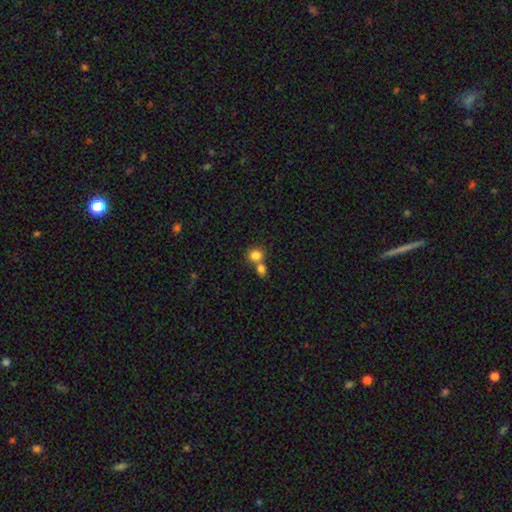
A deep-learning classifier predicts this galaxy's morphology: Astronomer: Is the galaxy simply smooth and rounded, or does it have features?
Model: smooth — 82%.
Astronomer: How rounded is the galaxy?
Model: round — 79%.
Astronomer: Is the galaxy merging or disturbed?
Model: merger — 45%, tied with none at 45%.